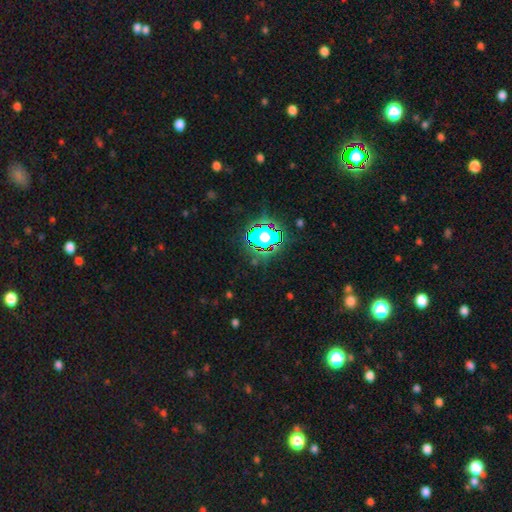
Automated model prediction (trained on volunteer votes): Smooth or featured: star or artifact — 81% (smooth — 11%)